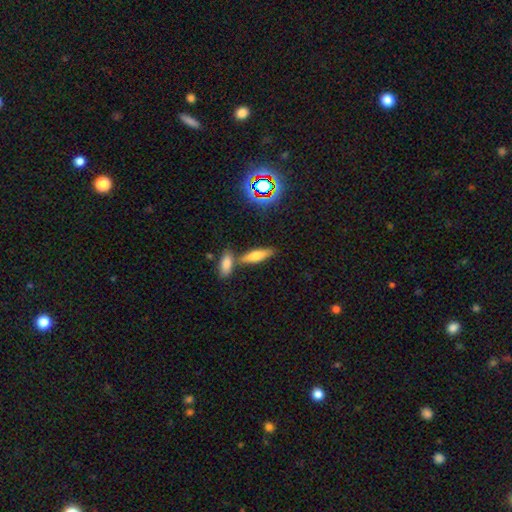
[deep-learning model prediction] Overall: smooth (63%; featured or disk 25%). How rounded: cigar-shaped (54%; in between 42%). Merging: none (63%).